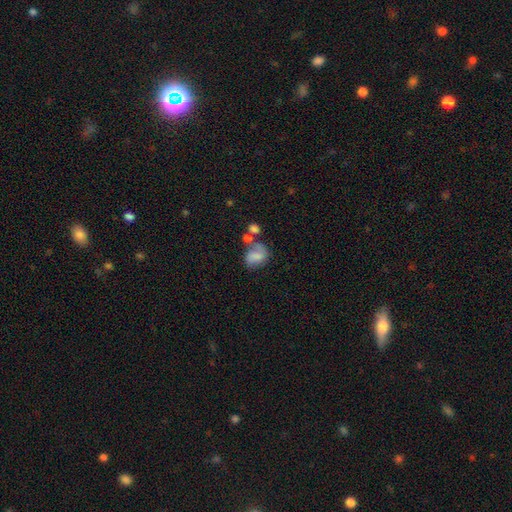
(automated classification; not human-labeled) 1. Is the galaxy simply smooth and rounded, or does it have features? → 60% smooth, 30% featured or disk, 11% star or artifact.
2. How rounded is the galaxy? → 60% in between, 38% round, 1% cigar-shaped.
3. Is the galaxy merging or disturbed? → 34% none, 29% merger, 21% minor disturbance, 16% major disturbance.